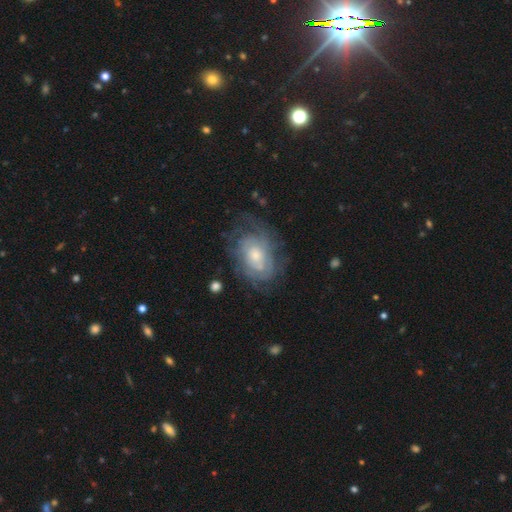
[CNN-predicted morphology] smooth-or-featured: featured or disk: 71% | smooth: 23% | star or artifact: 7%
  disk-edge-on: no: 96% | yes: 4%
    bar: no: 80% | weak: 18% | strong: 3%
    has-spiral-arms: yes: 77% | no: 23%
      spiral-winding: tight: 60% | medium: 27% | loose: 12%
      spiral-arm-count: can't tell: 60% | 2: 14% | 3: 9% | 4: 7% | 1: 5% | more than 4: 5%
    bulge-size: moderate: 48% | small: 39% | large: 9% | none: 3% | dominant: 1%
  merging: none: 59% | minor disturbance: 22% | major disturbance: 17% | merger: 2%